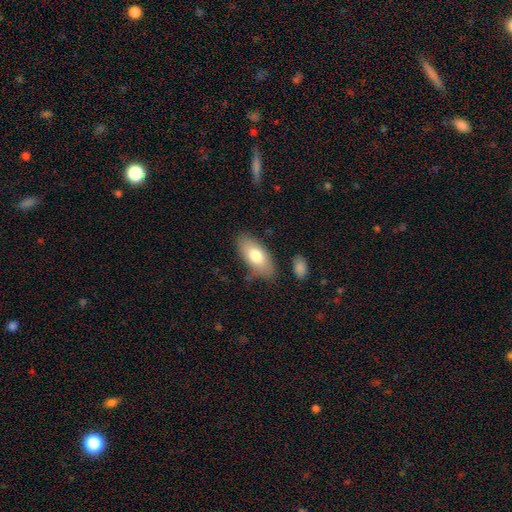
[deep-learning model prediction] This is likely a smooth galaxy (74%). How rounded: clearly in between (88%). Merging: likely none (76%).